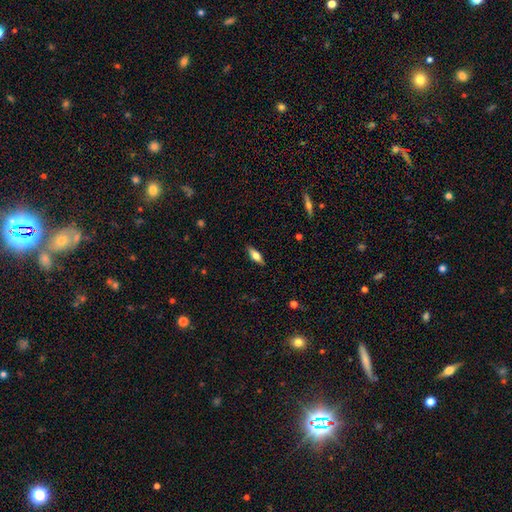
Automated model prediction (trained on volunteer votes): smooth_or_featured: smooth (p=0.58) [alt: featured or disk p=0.35]
how_rounded: in between (p=0.63) [alt: cigar-shaped p=0.34]
merging: none (p=0.88) [alt: minor disturbance p=0.09]